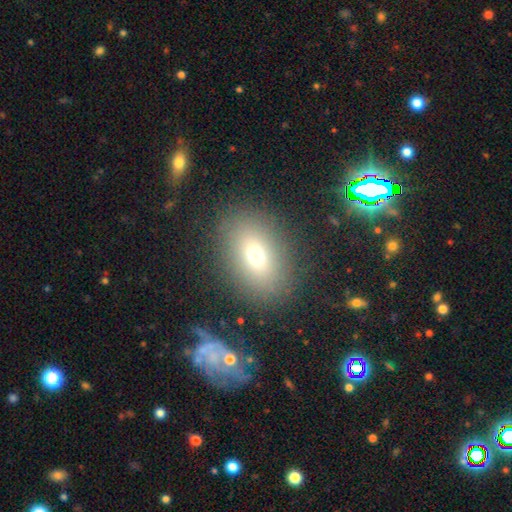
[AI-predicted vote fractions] smooth-or-featured: smooth: 68% | featured or disk: 17% | star or artifact: 15%
  how-rounded: in between: 73% | round: 25% | cigar-shaped: 2%
  merging: none: 84% | minor disturbance: 9% | major disturbance: 4% | merger: 2%